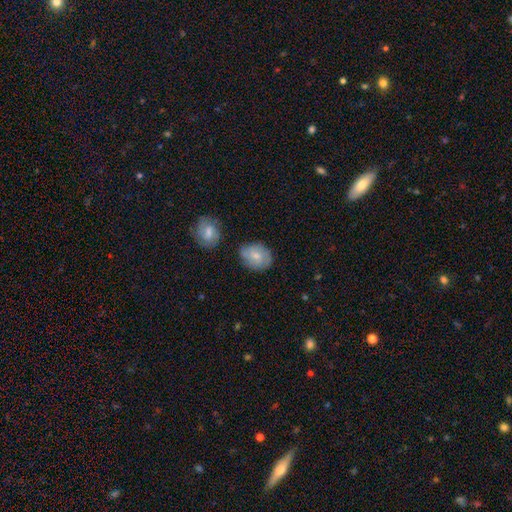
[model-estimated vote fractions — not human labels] Smooth or featured? Predicted: smooth (p=0.68). How rounded? Predicted: in between (p=0.54). Merging? Predicted: none (p=0.66).